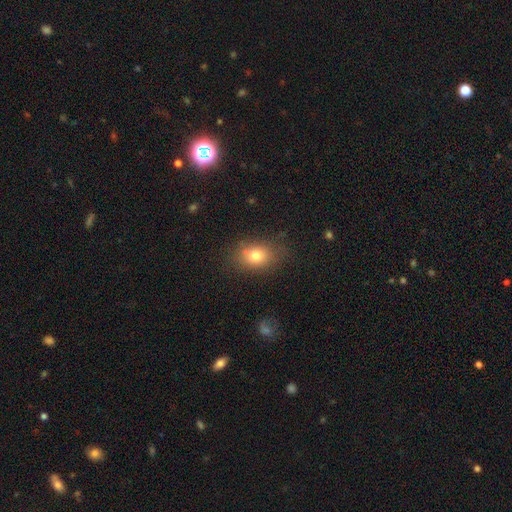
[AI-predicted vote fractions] A smooth galaxy with no disk features (77%) that is in between round and cigar-shaped (67%). Merging: none (76%).